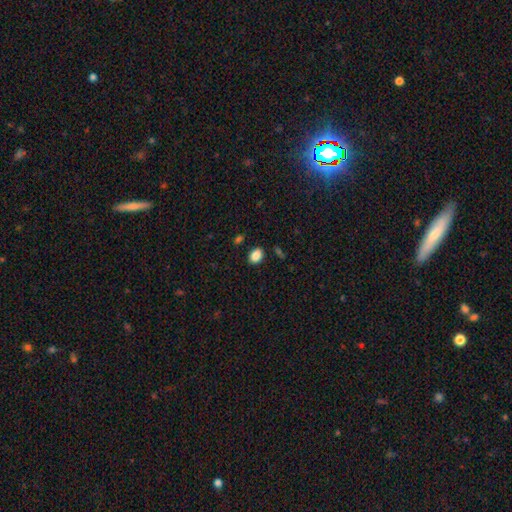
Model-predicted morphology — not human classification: Smooth or featured: smooth — 87% (star or artifact — 9%)
How rounded: in between — 71% (round — 27%)
Merging: none — 85% (minor disturbance — 10%)